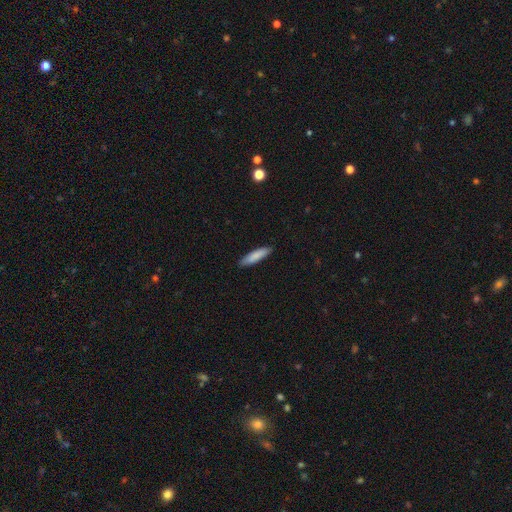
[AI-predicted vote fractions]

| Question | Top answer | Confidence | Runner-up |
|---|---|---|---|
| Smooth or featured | smooth | 85% | featured or disk (10%) |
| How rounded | cigar-shaped | 76% | in between (23%) |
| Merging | none | 89% | minor disturbance (9%) |